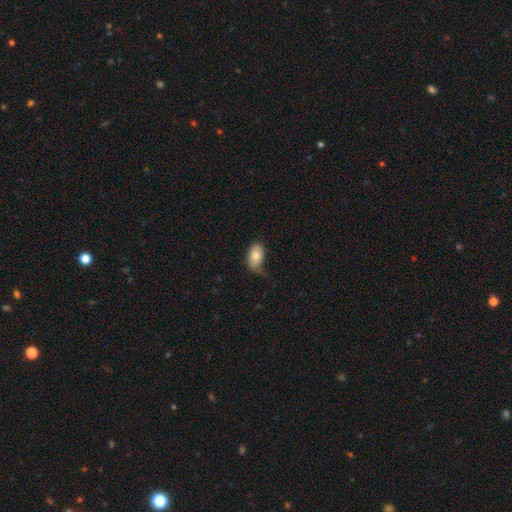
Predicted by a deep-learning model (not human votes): smooth 80%, featured or disk 13%, star or artifact 8%. Down the decision tree: how rounded — in between (90%); merging — none (44%).